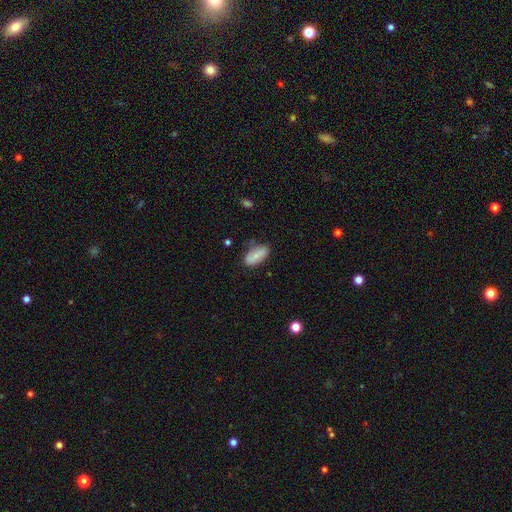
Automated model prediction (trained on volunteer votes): A smooth galaxy with no disk features (77%) that is in between round and cigar-shaped (90%).

Vote fractions:
- Smooth or featured? smooth: 77% / featured or disk: 16% / star or artifact: 7%
- How rounded? in between: 90% / cigar-shaped: 7% / round: 3%
- Merging? none: 67% / minor disturbance: 24% / major disturbance: 5% / merger: 4%